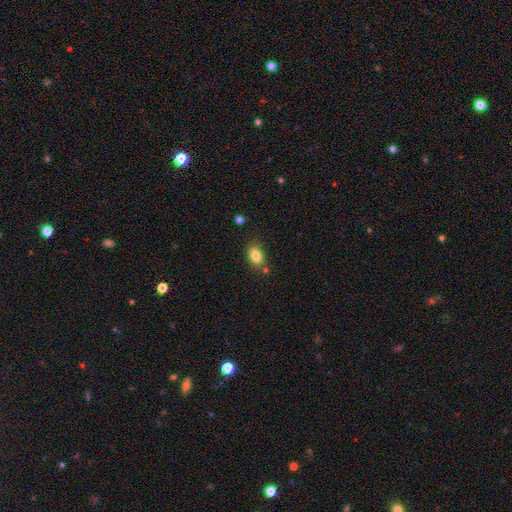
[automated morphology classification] The model was most divided on "how rounded": in between: 79%, round: 19%, cigar-shaped: 1%. More confident: smooth or featured — smooth (83%); merging — none (77%).